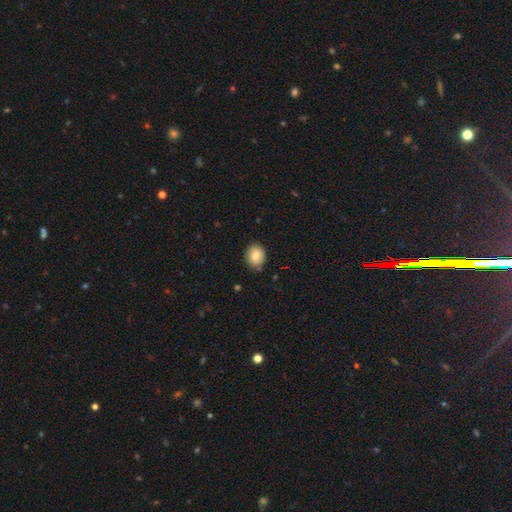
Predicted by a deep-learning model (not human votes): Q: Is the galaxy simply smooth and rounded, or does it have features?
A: smooth — 78%.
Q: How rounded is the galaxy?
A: round — 70%.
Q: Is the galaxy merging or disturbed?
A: none — 84%.